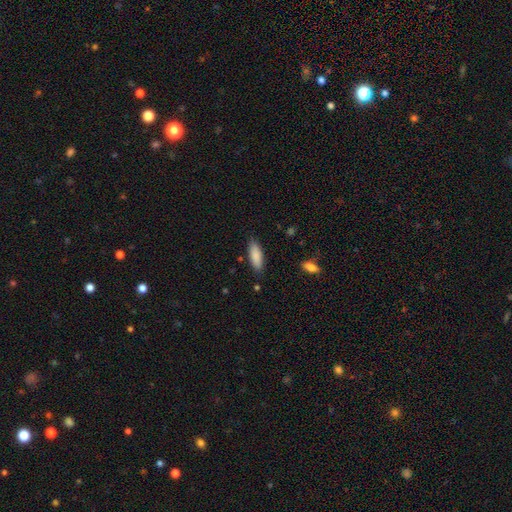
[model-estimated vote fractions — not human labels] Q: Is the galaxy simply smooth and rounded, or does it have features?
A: smooth — 87%.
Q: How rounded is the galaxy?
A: in between — 60%.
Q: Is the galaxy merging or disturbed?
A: none — 85%.